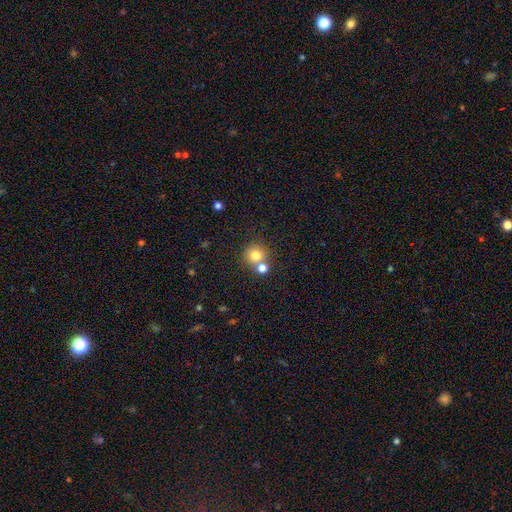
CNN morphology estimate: Smooth or featured? smooth (78%)
How rounded? round (90%)
Merging? none (57%)